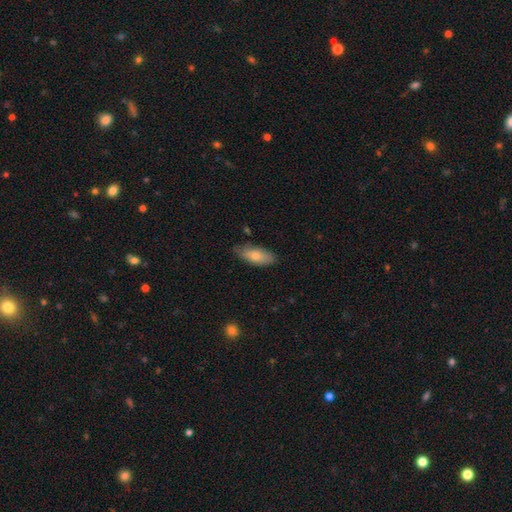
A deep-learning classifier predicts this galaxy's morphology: A smooth galaxy with no disk features (74%) that is in between round and cigar-shaped (84%). Merging: none (76%).